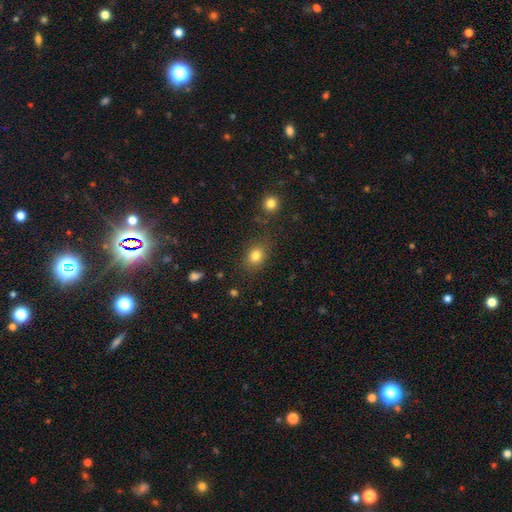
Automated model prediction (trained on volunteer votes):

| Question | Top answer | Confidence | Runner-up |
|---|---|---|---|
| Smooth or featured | smooth | 81% | star or artifact (11%) |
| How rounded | in between | 57% | round (41%) |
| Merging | none | 78% | minor disturbance (14%) |